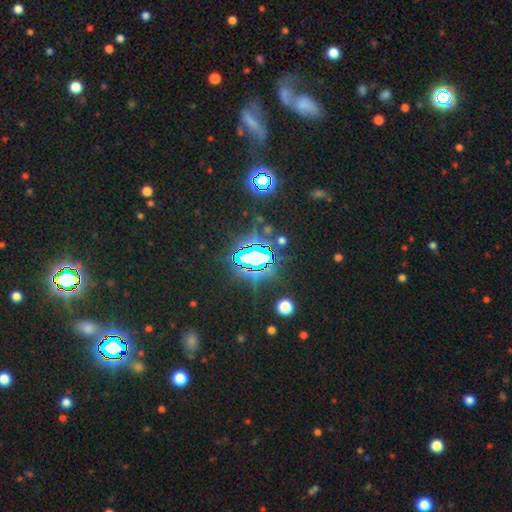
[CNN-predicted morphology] Smooth or featured: star or artifact — 81% (smooth — 11%)